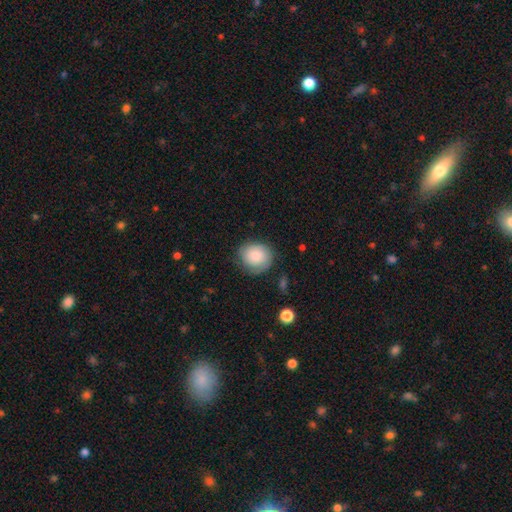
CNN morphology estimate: Smooth or featured: smooth — 80% (featured or disk — 13%)
How rounded: round — 83% (in between — 16%)
Merging: none — 73% (minor disturbance — 19%)